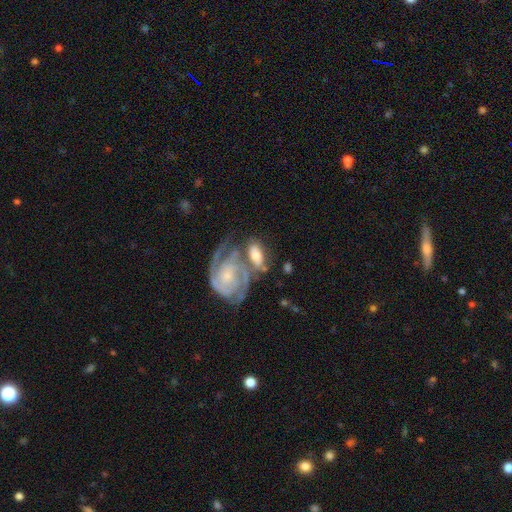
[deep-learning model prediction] The model was most divided on "merging": merger: 37%, none: 35%, minor disturbance: 17%, major disturbance: 11%. More confident: edge-on disk — no (94%); spiral arms — yes (83%); bar — no (69%); smooth or featured — featured or disk (55%); bulge size — small (53%).